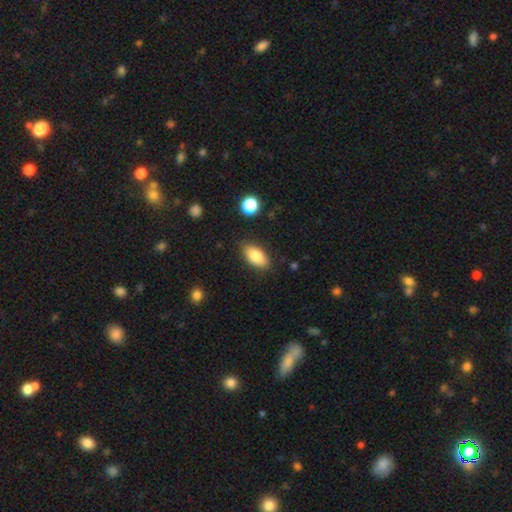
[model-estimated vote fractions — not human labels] A smooth galaxy with no disk features (84%) that is in between round and cigar-shaped (91%). Merging: none (83%).